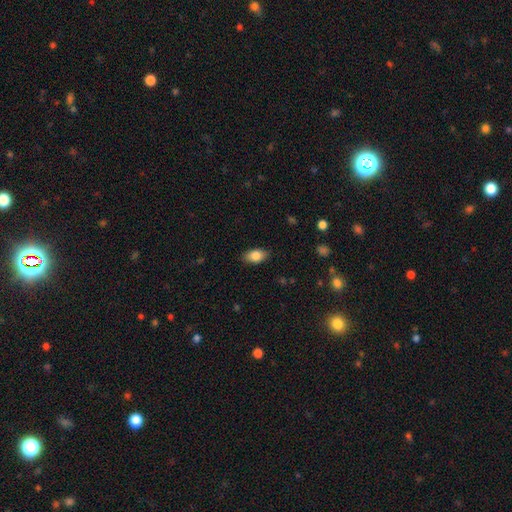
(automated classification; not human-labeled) Smooth or featured? Predicted: smooth (p=0.83). How rounded? Predicted: in between (p=0.90). Merging? Predicted: none (p=0.86).